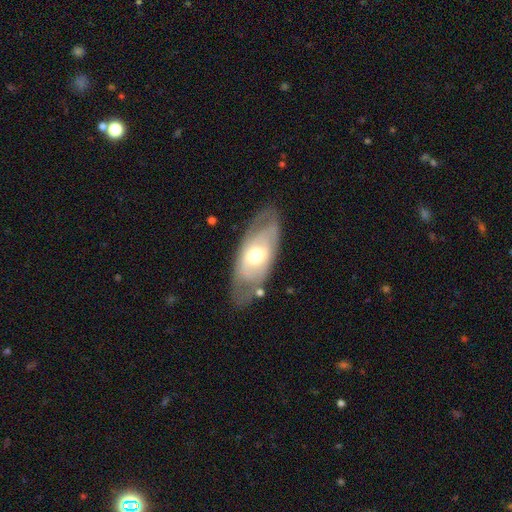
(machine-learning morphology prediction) This is possibly a featured or disk galaxy (57%). It is clearly not viewed edge-on (83%). Merging: likely none (70%).